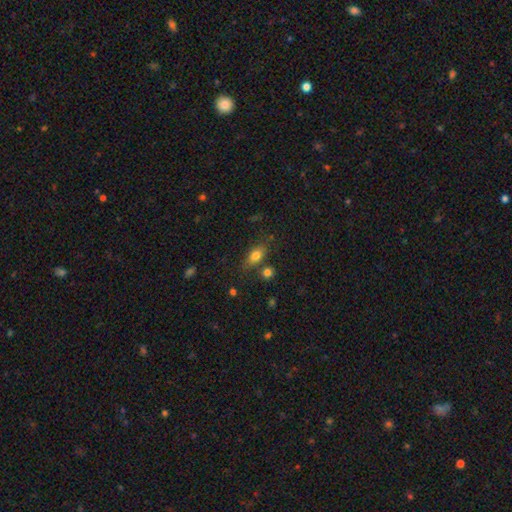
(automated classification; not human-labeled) A smooth galaxy with no disk features (78%) that is in between round and cigar-shaped (76%).

Vote fractions:
- Smooth or featured? smooth: 78% / featured or disk: 12% / star or artifact: 10%
- How rounded? in between: 76% / round: 14% / cigar-shaped: 10%
- Merging? none: 69% / minor disturbance: 16% / merger: 10% / major disturbance: 5%